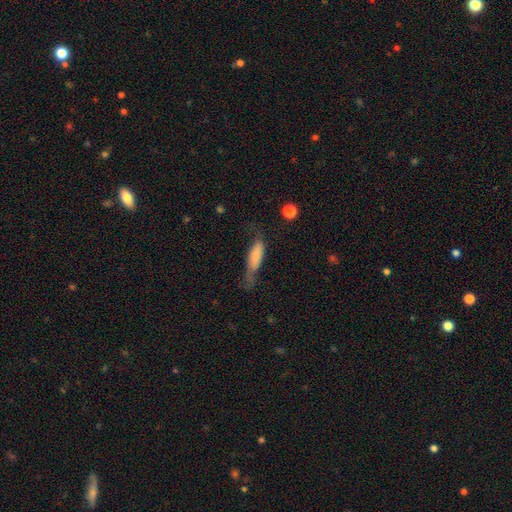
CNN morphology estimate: The model was most divided on "how rounded": in between: 52%, cigar-shaped: 46%, round: 3%. Remaining: smooth or featured — smooth (67%); merging — none (39%).